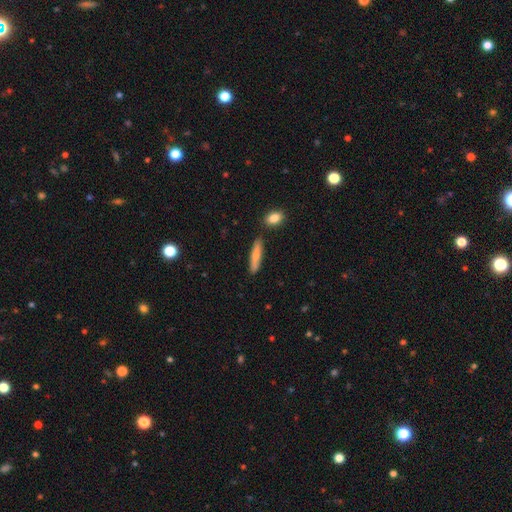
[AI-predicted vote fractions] Overall: smooth (72%). How rounded: cigar-shaped (85%). Merging: none (83%).